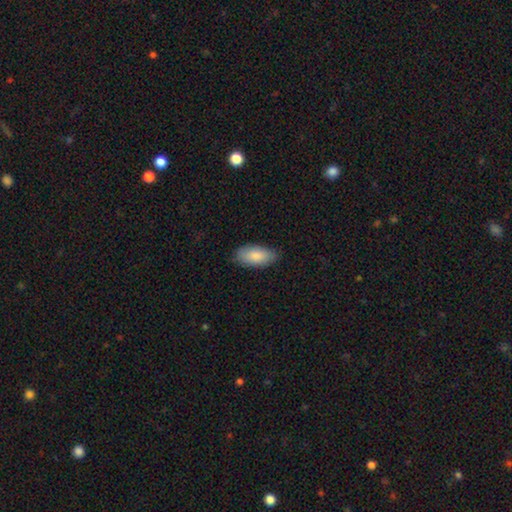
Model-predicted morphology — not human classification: Smooth or featured?
  - smooth: 86% *
  - featured or disk: 8%
  - star or artifact: 6%
How rounded?
  - in between: 92% *
  - cigar-shaped: 6%
  - round: 2%
Merging?
  - none: 83% *
  - minor disturbance: 13%
  - major disturbance: 2%
  - merger: 1%